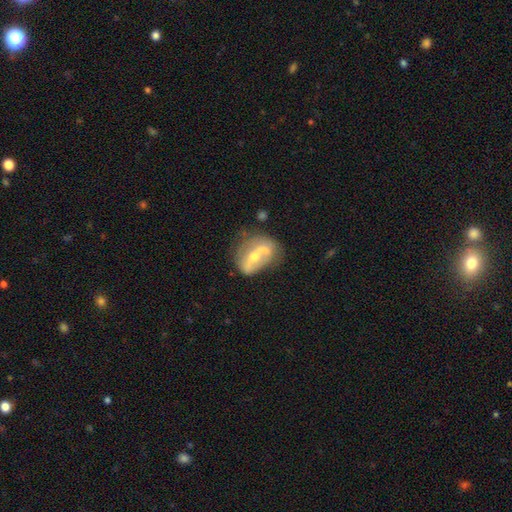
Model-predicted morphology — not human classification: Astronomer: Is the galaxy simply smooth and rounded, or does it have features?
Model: featured or disk — 61%.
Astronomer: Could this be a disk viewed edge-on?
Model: no — 91%.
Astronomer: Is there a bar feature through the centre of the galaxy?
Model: no — 43% (runner-up: strong, 29%).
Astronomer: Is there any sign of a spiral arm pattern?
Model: no — 68%.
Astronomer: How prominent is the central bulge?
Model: moderate — 61%.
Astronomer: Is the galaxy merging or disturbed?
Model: none — 36% (runner-up: merger, 26%).